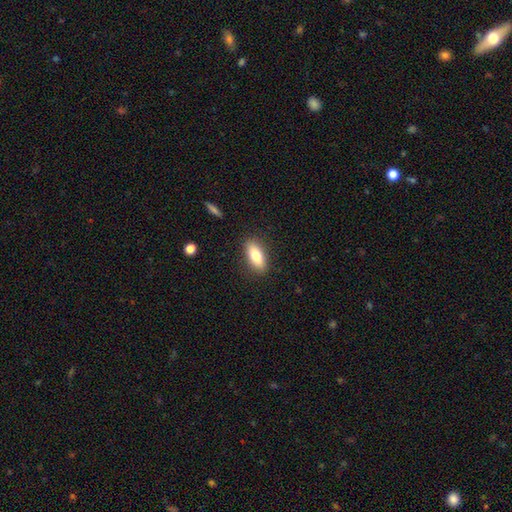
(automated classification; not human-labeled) Smooth or featured: smooth — 77% (featured or disk — 16%)
How rounded: in between — 78% (cigar-shaped — 19%)
Merging: none — 87% (minor disturbance — 9%)